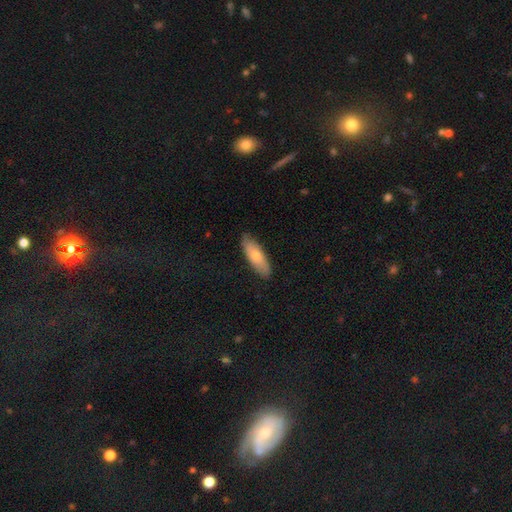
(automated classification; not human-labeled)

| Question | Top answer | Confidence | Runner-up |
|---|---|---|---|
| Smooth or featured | smooth | 69% | featured or disk (25%) |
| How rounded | in between | 60% | cigar-shaped (38%) |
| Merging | none | 84% | minor disturbance (13%) |